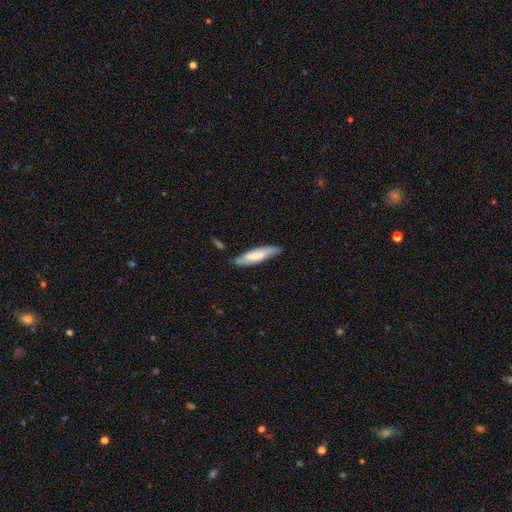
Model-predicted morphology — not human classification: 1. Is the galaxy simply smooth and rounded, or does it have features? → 53% smooth, 41% featured or disk, 6% star or artifact.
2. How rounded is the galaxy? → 70% cigar-shaped, 29% in between, 1% round.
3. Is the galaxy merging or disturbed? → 73% none, 20% minor disturbance, 4% major disturbance, 3% merger.